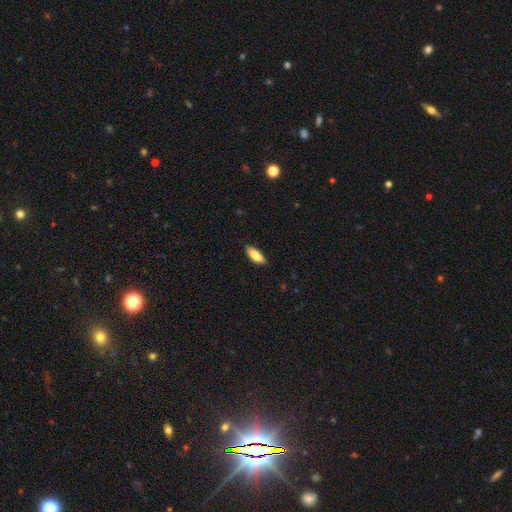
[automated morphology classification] smooth_or_featured: smooth (p=0.84) [alt: featured or disk p=0.10]
how_rounded: in between (p=0.73) [alt: cigar-shaped p=0.25]
merging: none (p=0.83) [alt: minor disturbance p=0.14]